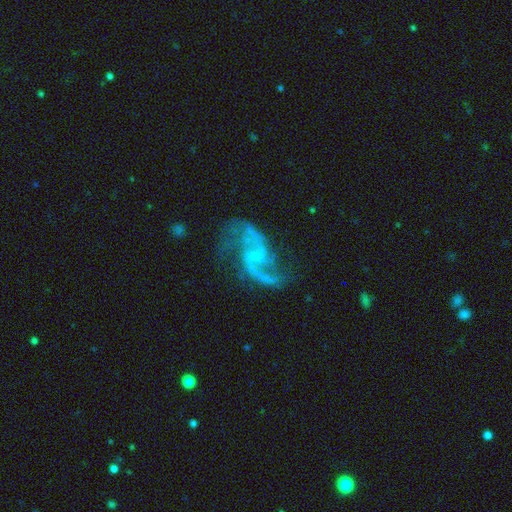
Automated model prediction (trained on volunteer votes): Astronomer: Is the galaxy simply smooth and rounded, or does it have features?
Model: featured or disk — 90%.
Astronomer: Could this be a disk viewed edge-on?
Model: no — 98%.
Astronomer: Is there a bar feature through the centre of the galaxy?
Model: weak — 45% (runner-up: no, 38%).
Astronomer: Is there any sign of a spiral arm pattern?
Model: yes — 97%.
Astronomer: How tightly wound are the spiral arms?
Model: loose — 67%.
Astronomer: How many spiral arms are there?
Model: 2 — 89%.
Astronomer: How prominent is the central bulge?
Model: none — 61%.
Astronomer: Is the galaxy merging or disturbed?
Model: none — 65%.